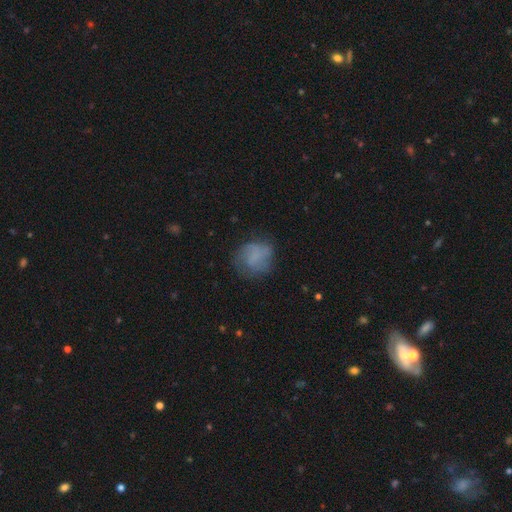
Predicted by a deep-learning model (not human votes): smooth-or-featured: smooth: 62% | featured or disk: 28% | star or artifact: 10%
  how-rounded: round: 72% | in between: 27% | cigar-shaped: 1%
  merging: none: 61% | minor disturbance: 24% | major disturbance: 14% | merger: 2%